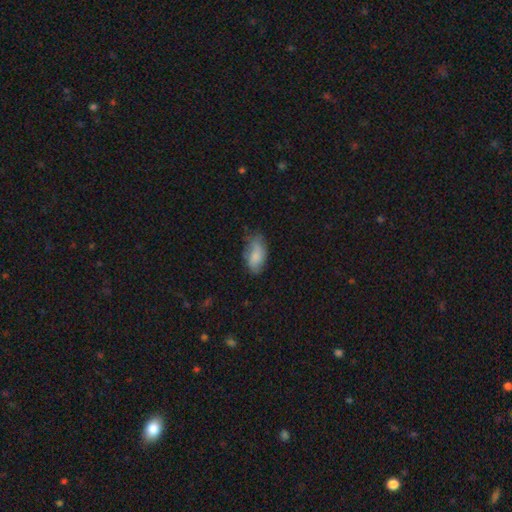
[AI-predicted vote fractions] smooth_or_featured: smooth (p=0.76) [alt: featured or disk p=0.17]
how_rounded: in between (p=0.93) [alt: round p=0.04]
merging: none (p=0.55) [alt: minor disturbance p=0.33]